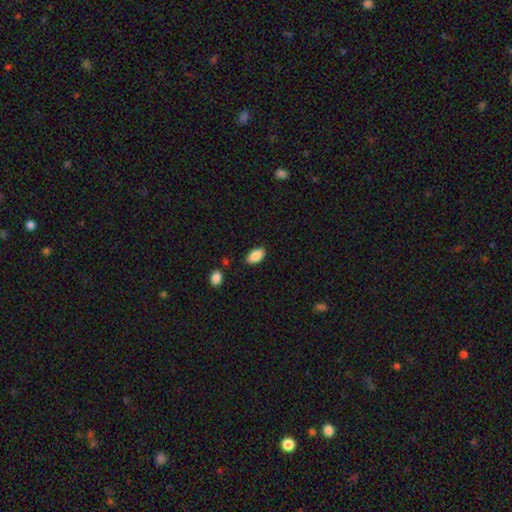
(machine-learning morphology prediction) Smooth or featured? smooth (87%)
How rounded? in between (93%)
Merging? none (85%)